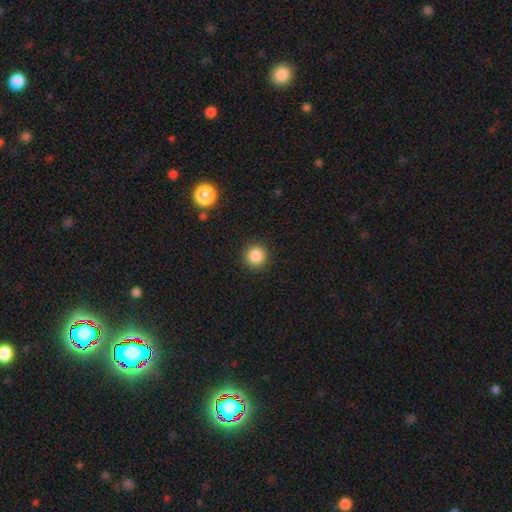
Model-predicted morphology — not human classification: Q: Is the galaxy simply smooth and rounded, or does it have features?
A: smooth — 86%.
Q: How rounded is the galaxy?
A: round — 94%.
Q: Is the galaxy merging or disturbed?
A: none — 91%.